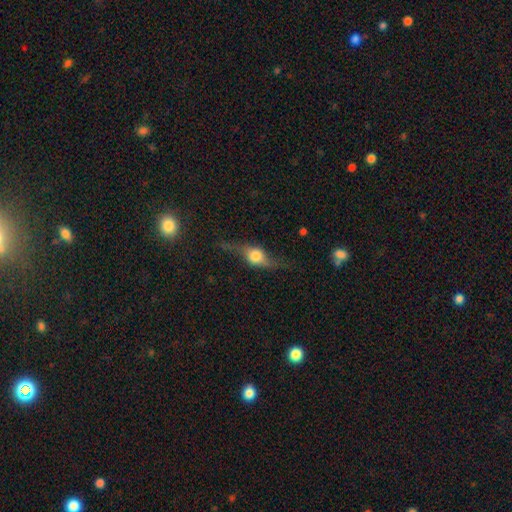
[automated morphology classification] featured or disk 64%, smooth 27%, star or artifact 9%. Down the decision tree: edge-on disk — yes (82%); edge-on bulge — rounded (94%); merging — none (66%).